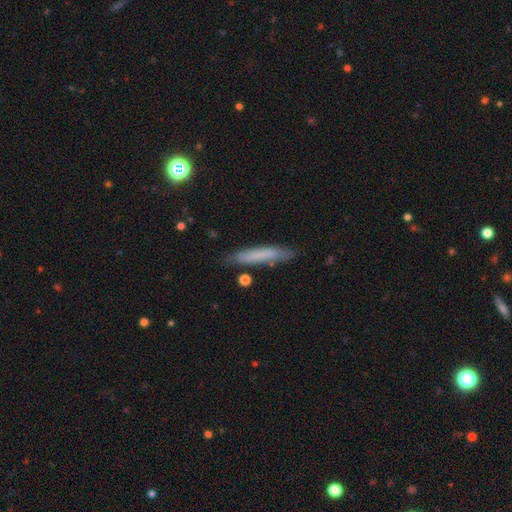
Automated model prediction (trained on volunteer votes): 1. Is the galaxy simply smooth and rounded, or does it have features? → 68% smooth, 24% featured or disk, 8% star or artifact.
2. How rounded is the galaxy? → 92% cigar-shaped, 7% in between, 1% round.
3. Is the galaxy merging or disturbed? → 79% none, 15% minor disturbance, 3% major disturbance, 3% merger.